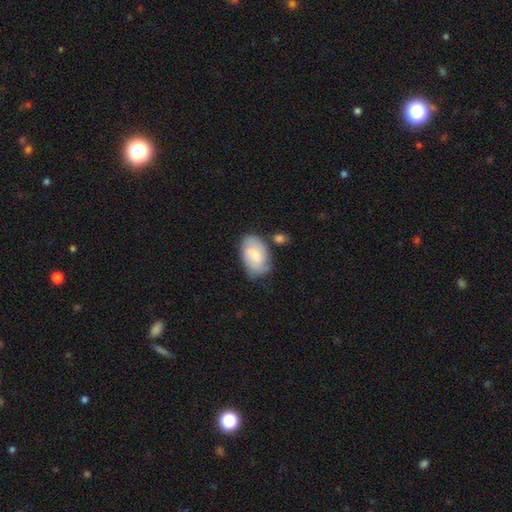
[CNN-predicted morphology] Smooth or featured? smooth (58%)
How rounded? in between (91%)
Merging? none (59%)